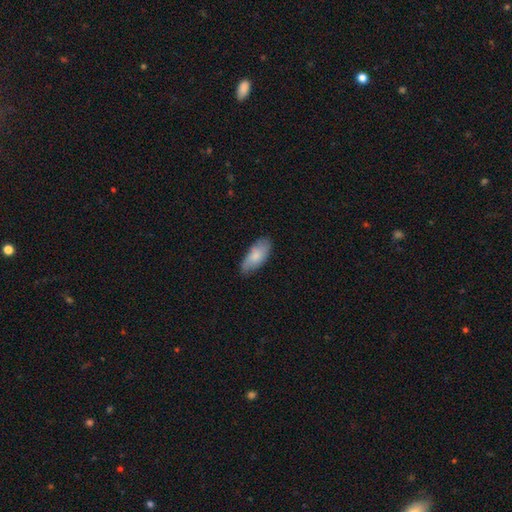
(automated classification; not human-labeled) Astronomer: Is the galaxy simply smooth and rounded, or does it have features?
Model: smooth — 78%.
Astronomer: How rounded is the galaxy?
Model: in between — 86%.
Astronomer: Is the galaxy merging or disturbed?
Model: none — 72%.